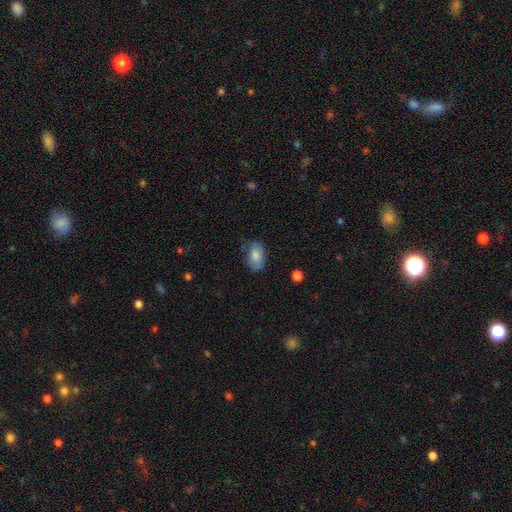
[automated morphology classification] Smooth or featured? smooth (83%)
How rounded? in between (89%)
Merging? none (68%)